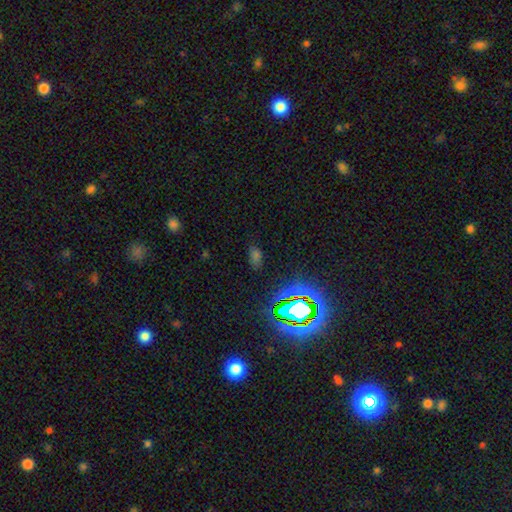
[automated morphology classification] The model was most divided on "smooth or featured": smooth: 46%, star or artifact: 44%, featured or disk: 10%. More confident: merging — none (77%).